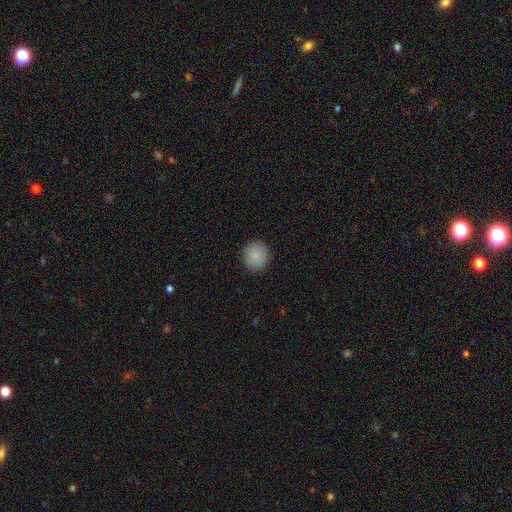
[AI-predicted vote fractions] smooth_or_featured: smooth (p=0.87) [alt: star or artifact p=0.08]
how_rounded: round (p=0.85) [alt: in between p=0.14]
merging: none (p=0.91) [alt: minor disturbance p=0.07]